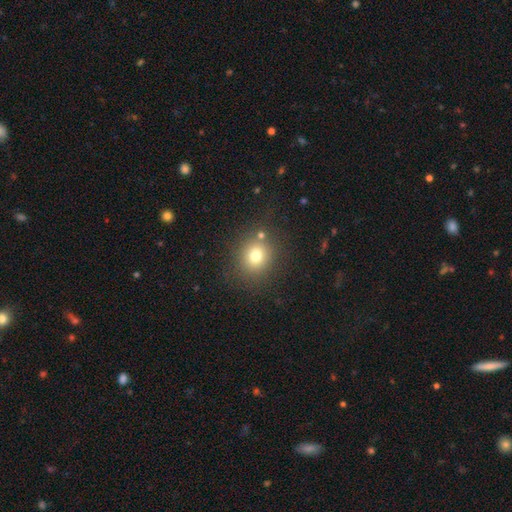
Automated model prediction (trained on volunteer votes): A smooth galaxy with no disk features (75%) that is round (79%). Merging: none (78%).